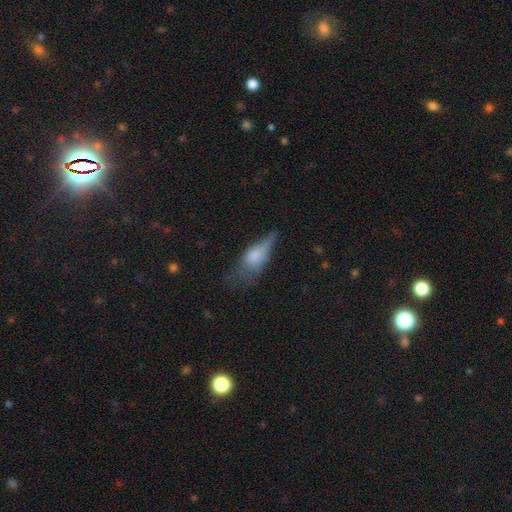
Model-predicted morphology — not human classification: Smooth or featured?
  - smooth: 62% *
  - featured or disk: 28%
  - star or artifact: 10%
How rounded?
  - in between: 73% *
  - cigar-shaped: 21%
  - round: 6%
Merging?
  - major disturbance: 41% *
  - minor disturbance: 31%
  - none: 24%
  - merger: 4%